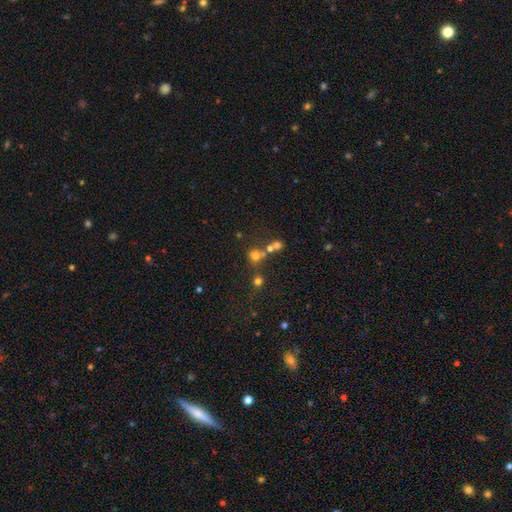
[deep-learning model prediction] Smooth or featured: smooth — 63% (star or artifact — 24%)
How rounded: round — 85% (in between — 14%)
Merging: none — 53% (merger — 34%)